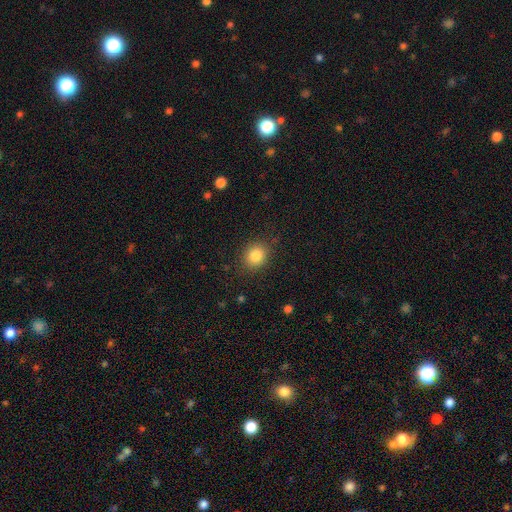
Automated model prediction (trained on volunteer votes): This is clearly a smooth galaxy (84%). How rounded: likely round (68%). Merging: clearly none (86%).